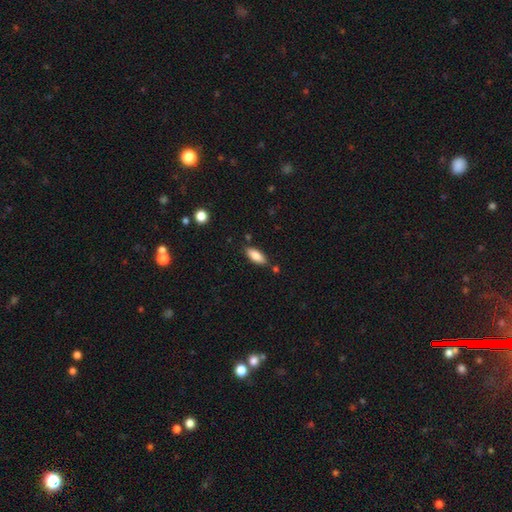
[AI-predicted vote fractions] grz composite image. It shows a smooth galaxy with no disk features (84%) that is in between round and cigar-shaped (77%). Merging: none (82%).